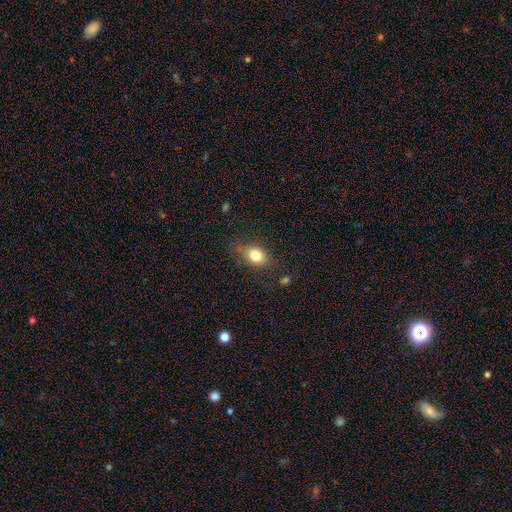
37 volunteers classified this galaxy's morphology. This is clearly a smooth galaxy (81%). How rounded: clearly in between (93%). Merging: likely none (76%).